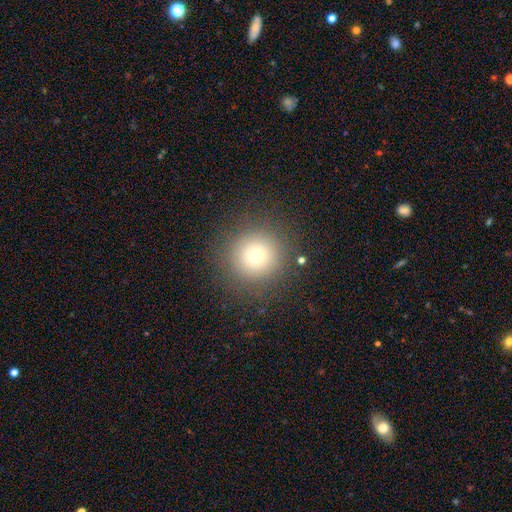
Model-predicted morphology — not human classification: Smooth or featured?
  - smooth: 71% *
  - star or artifact: 17%
  - featured or disk: 12%
How rounded?
  - round: 95% *
  - in between: 4%
  - cigar-shaped: 1%
Merging?
  - none: 88% *
  - minor disturbance: 7%
  - major disturbance: 4%
  - merger: 1%